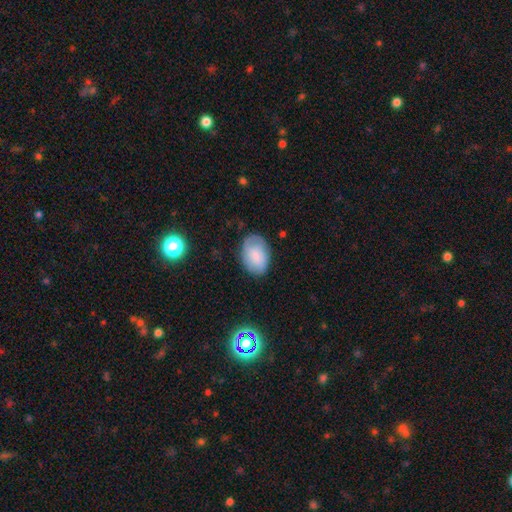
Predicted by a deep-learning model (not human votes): The model was most divided on "smooth or featured": smooth: 73%, featured or disk: 20%, star or artifact: 7%. More confident: how rounded — in between (81%); merging — none (73%).